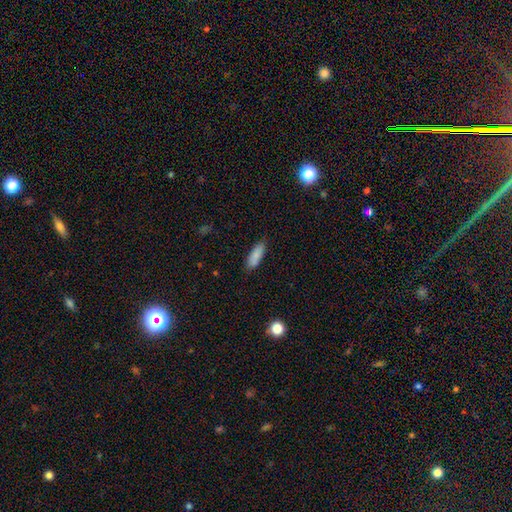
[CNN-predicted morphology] A smooth galaxy with no disk features (86%) that is in between round and cigar-shaped (62%). Merging: none (82%).